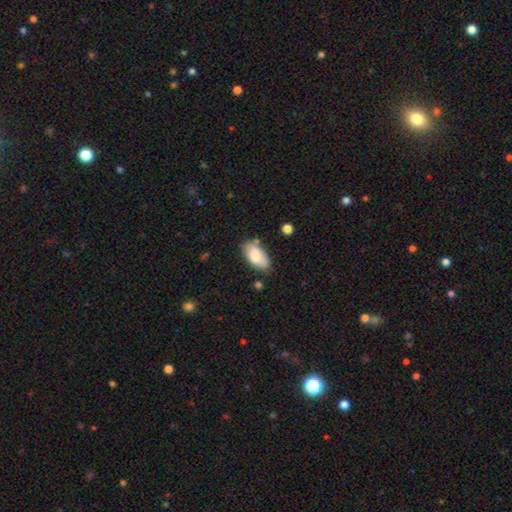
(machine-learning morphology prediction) This is clearly a smooth galaxy (82%). How rounded: clearly in between (92%). Merging: likely none (74%).